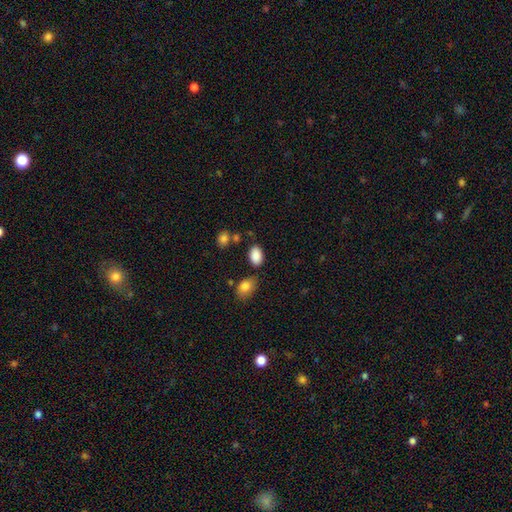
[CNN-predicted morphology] A smooth galaxy with no disk features (88%) that is in between round and cigar-shaped (88%).

Vote fractions:
- Smooth or featured? smooth: 88% / star or artifact: 8% / featured or disk: 4%
- How rounded? in between: 88% / round: 11% / cigar-shaped: 1%
- Merging? none: 75% / minor disturbance: 15% / merger: 6% / major disturbance: 4%